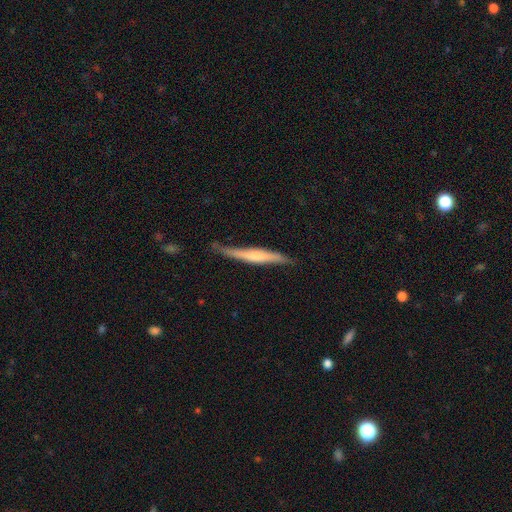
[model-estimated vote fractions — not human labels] featured or disk 52%, smooth 42%, star or artifact 5%. Down the decision tree: edge-on disk — yes (93%); merging — none (70%).